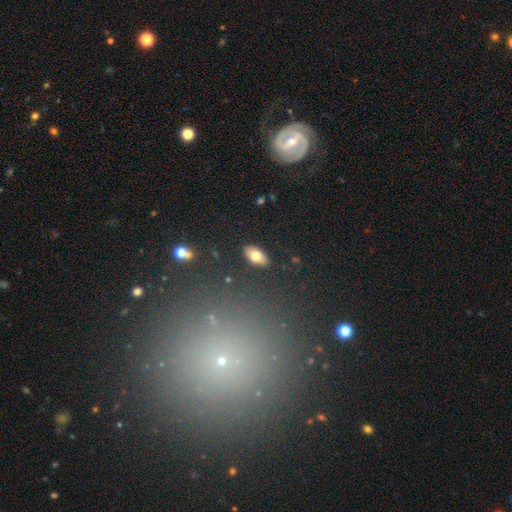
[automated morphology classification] smooth-or-featured: smooth: 77% | featured or disk: 15% | star or artifact: 8%
  how-rounded: in between: 94% | round: 4% | cigar-shaped: 3%
  merging: none: 88% | minor disturbance: 8% | major disturbance: 2% | merger: 1%